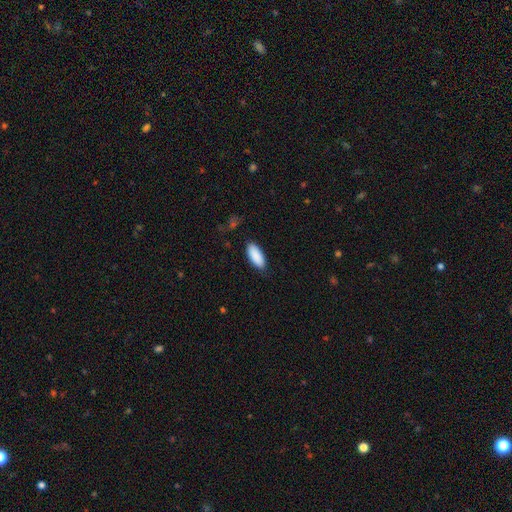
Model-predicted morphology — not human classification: smooth 91%, star or artifact 6%, featured or disk 4%. Down the decision tree: how rounded — in between (84%); merging — none (87%).